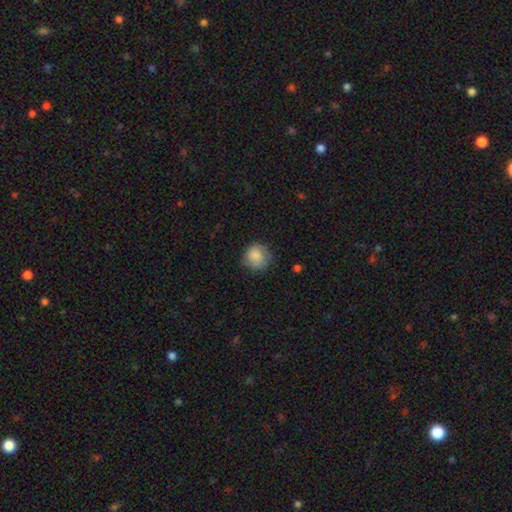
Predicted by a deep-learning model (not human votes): Smooth or featured: smooth — 82% (featured or disk — 11%)
How rounded: round — 87% (in between — 12%)
Merging: none — 71% (minor disturbance — 22%)